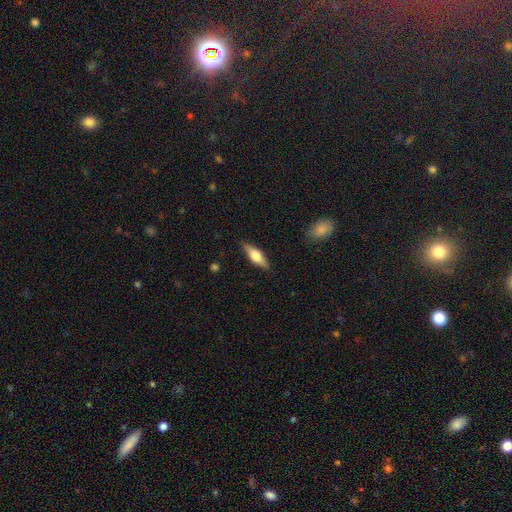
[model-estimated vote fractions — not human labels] Morphology: type=smooth (51%); roundness=in between (52%); merging=none (87%).